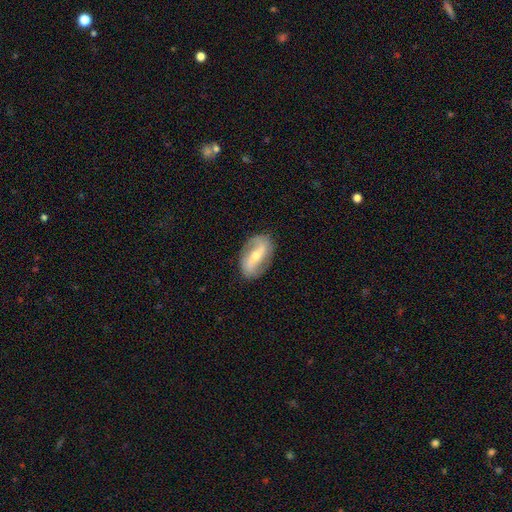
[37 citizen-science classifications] Morphology: type=featured or disk (92%); edge-on=no (94%); bar=strong (53%); spiral arms=yes (81%); winding=loose (54%); arm count=2 (88%); bulge=moderate (56%); merging=none (86%).